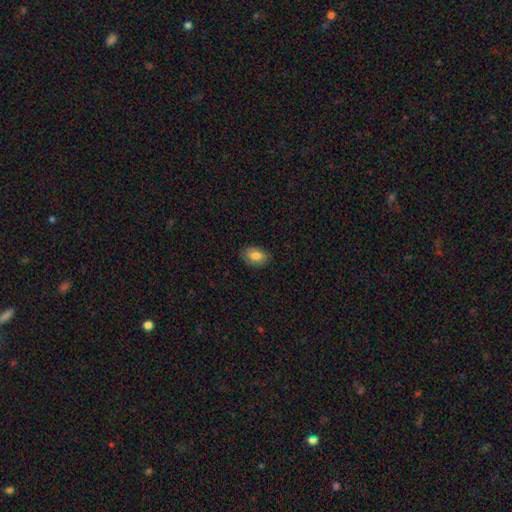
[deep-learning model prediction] A smooth galaxy with no disk features (78%) that is in between round and cigar-shaped (82%).

Vote fractions:
- Smooth or featured? smooth: 78% / featured or disk: 14% / star or artifact: 8%
- How rounded? in between: 82% / round: 17% / cigar-shaped: 1%
- Merging? none: 84% / minor disturbance: 12% / major disturbance: 3% / merger: 1%